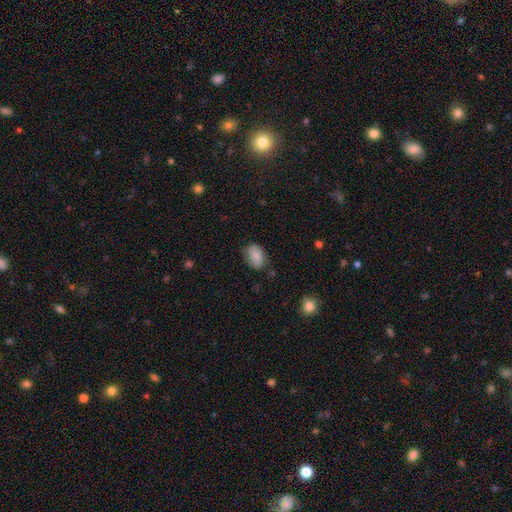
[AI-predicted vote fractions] Smooth or featured? smooth (81%)
How rounded? in between (83%)
Merging? none (70%)